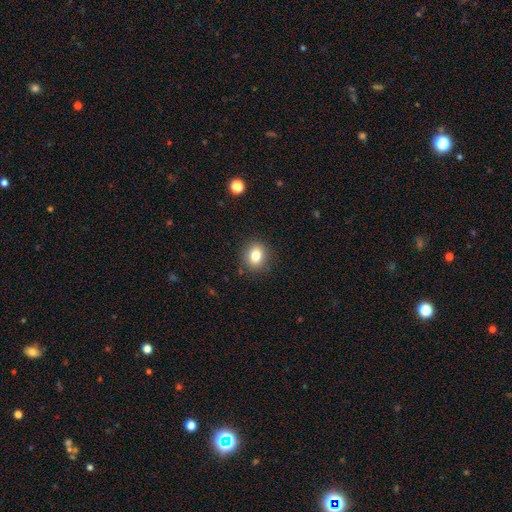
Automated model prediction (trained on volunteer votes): smooth-or-featured: smooth: 82% | star or artifact: 11% | featured or disk: 8%
  how-rounded: round: 59% | in between: 40% | cigar-shaped: 1%
  merging: none: 87% | minor disturbance: 9% | major disturbance: 3% | merger: 1%